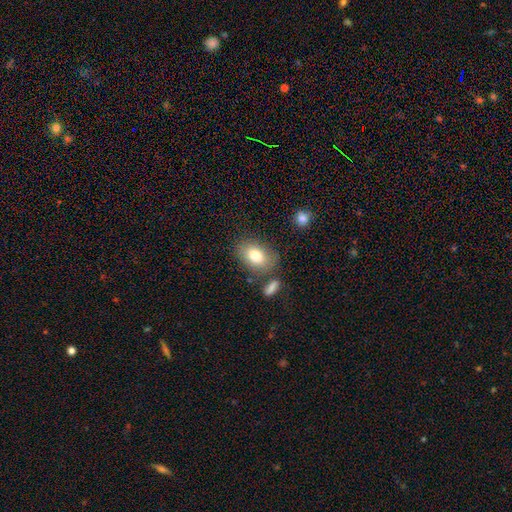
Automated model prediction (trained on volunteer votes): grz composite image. It shows a smooth galaxy with no disk features (80%) that is in between round and cigar-shaped (82%). Merging: none (73%).